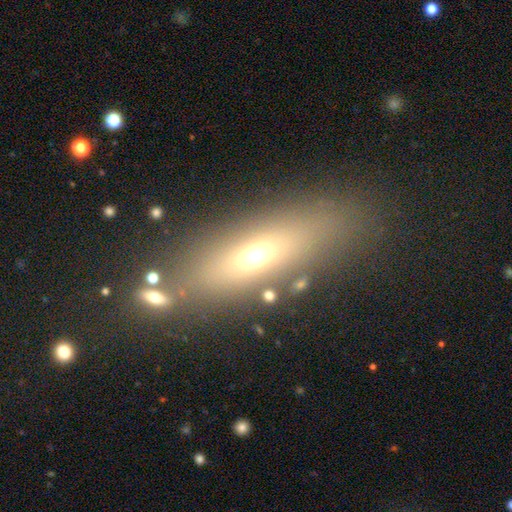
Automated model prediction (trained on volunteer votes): Smooth or featured: smooth — 55% (featured or disk — 29%)
How rounded: cigar-shaped — 49% (in between — 46%)
Merging: none — 77% (minor disturbance — 11%)